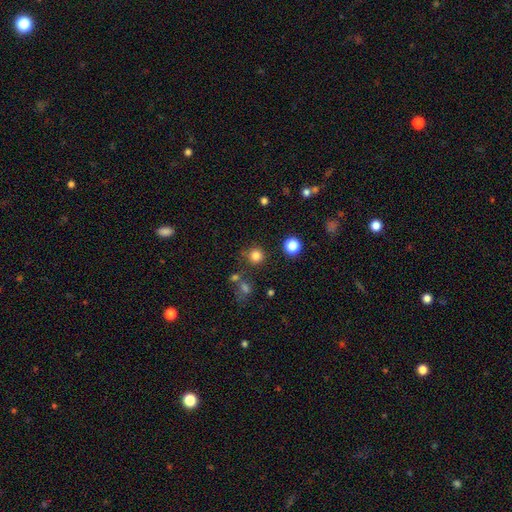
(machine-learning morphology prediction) smooth-or-featured: smooth: 80% | star or artifact: 15% | featured or disk: 5%
  how-rounded: round: 93% | in between: 6% | cigar-shaped: 1%
  merging: none: 80% | minor disturbance: 9% | merger: 7% | major disturbance: 4%